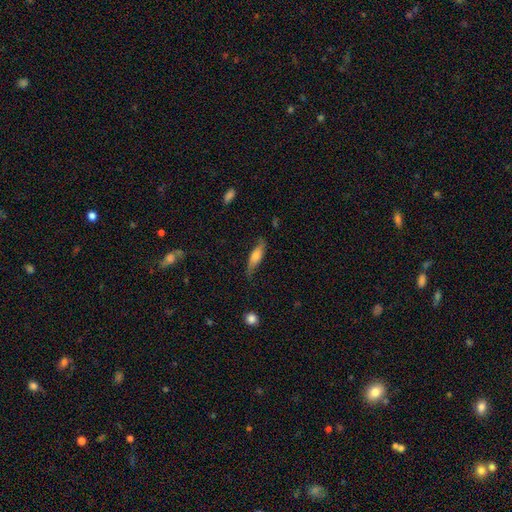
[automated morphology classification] This appears to be a smooth galaxy with no disk features (51%) that is cigar-shaped (58%). Merging: none (72%).